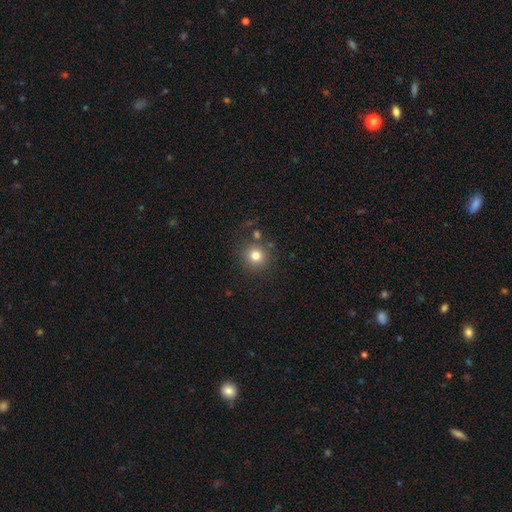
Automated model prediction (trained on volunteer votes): Smooth or featured?
  - smooth: 79% *
  - star or artifact: 13%
  - featured or disk: 8%
How rounded?
  - round: 93% *
  - in between: 6%
  - cigar-shaped: 1%
Merging?
  - none: 80% *
  - minor disturbance: 9%
  - merger: 6%
  - major disturbance: 4%